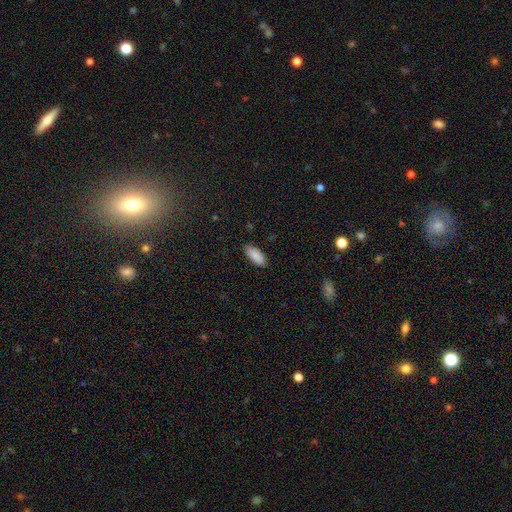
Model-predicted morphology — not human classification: type=smooth (90%); roundness=in between (84%); merging=none (87%).